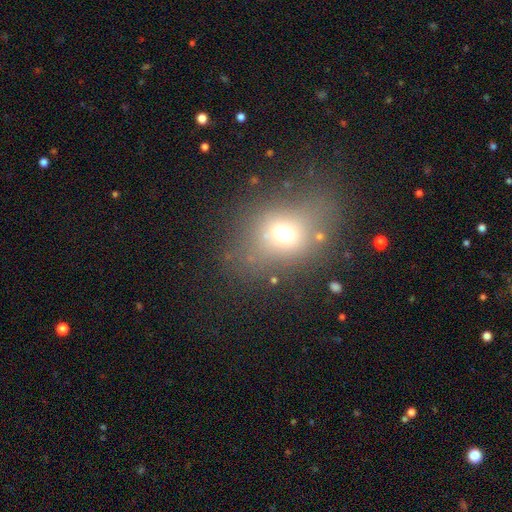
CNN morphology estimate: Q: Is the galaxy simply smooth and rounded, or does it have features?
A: smooth — 59%.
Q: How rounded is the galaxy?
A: in between — 54%.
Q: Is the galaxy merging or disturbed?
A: none — 71%.